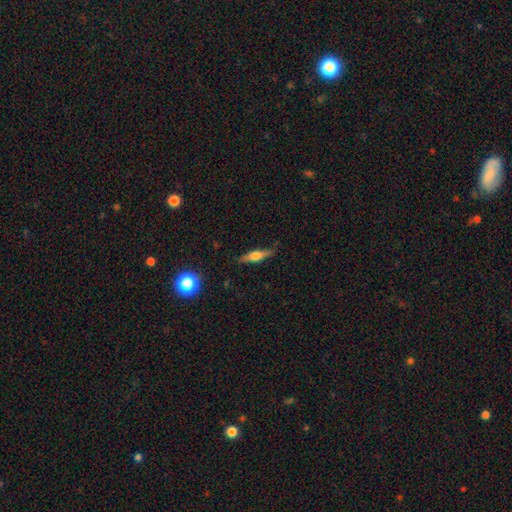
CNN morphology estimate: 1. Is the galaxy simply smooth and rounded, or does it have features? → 54% featured or disk, 39% smooth, 7% star or artifact.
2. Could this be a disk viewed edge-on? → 94% yes, 6% no.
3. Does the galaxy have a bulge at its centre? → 88% rounded, 8% boxy, 3% none.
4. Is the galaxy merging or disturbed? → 81% none, 15% minor disturbance, 3% major disturbance, 1% merger.